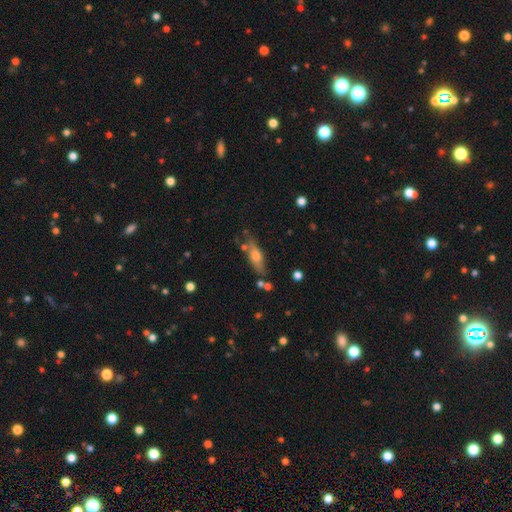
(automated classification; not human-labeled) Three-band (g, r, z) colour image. It shows a smooth galaxy with no disk features (57%) that is in between round and cigar-shaped (52%). Merging: none (65%).